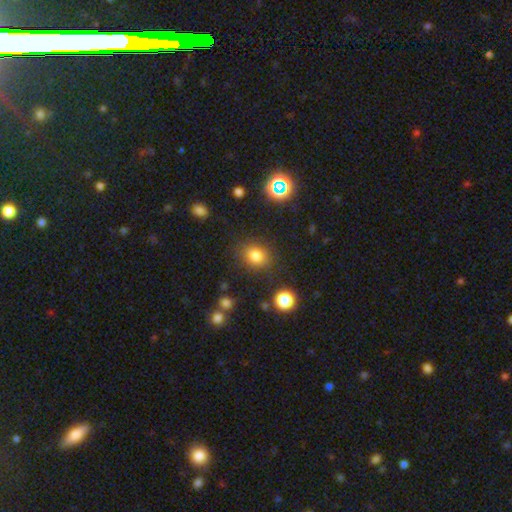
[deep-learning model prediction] smooth 77%, star or artifact 16%, featured or disk 7%. Down the decision tree: how rounded — round (66%); merging — none (84%).